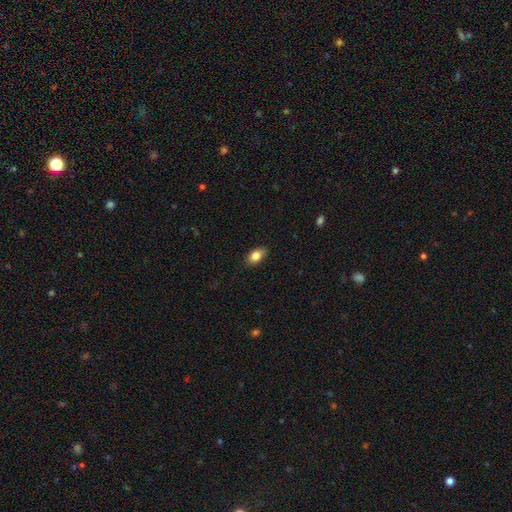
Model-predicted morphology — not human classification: This is clearly a smooth galaxy (83%). How rounded: clearly in between (87%). Merging: clearly none (85%).